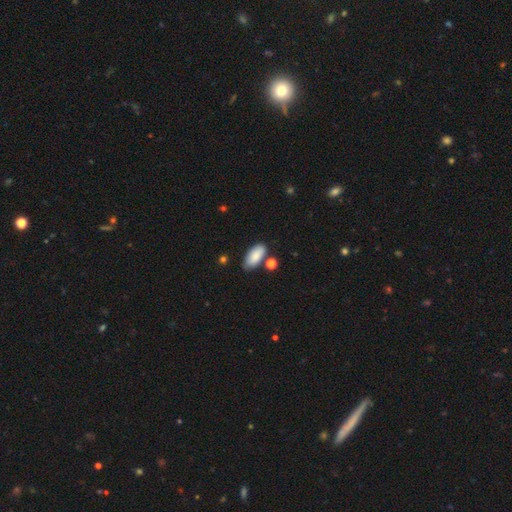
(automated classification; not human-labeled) A smooth galaxy with no disk features (87%) that is in between round and cigar-shaped (89%). Merging: none (71%).